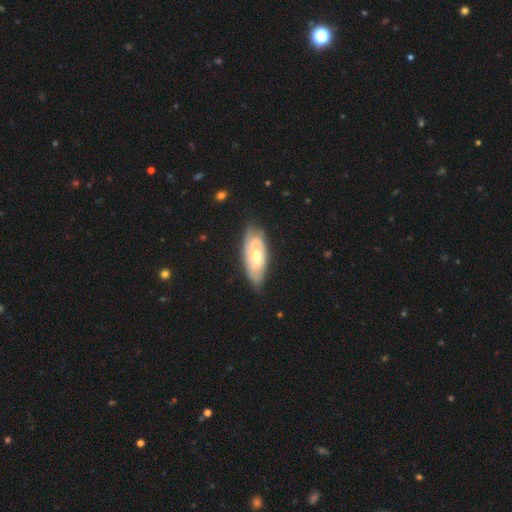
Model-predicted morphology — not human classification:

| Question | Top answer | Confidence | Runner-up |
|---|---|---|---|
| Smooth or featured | featured or disk | 68% | smooth (27%) |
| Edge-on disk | no | 89% | yes (11%) |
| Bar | no | 57% | weak (35%) |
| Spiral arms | yes | 81% | no (19%) |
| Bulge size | moderate | 67% | small (17%) |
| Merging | none | 71% | minor disturbance (22%) |